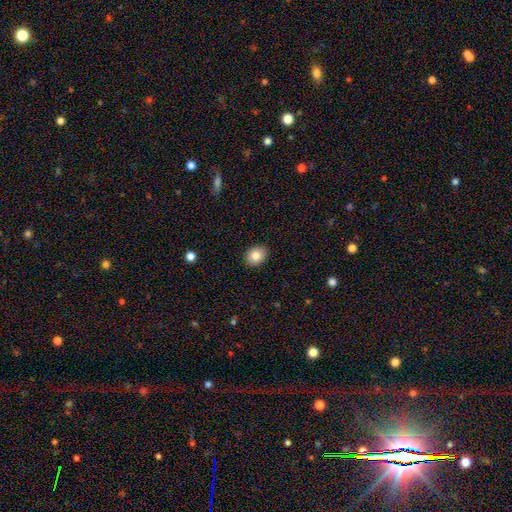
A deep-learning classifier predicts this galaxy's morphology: smooth-or-featured: smooth: 83% | star or artifact: 9% | featured or disk: 8%
  how-rounded: round: 51% | in between: 49% | cigar-shaped: 1%
  merging: none: 90% | minor disturbance: 7% | major disturbance: 2% | merger: 1%